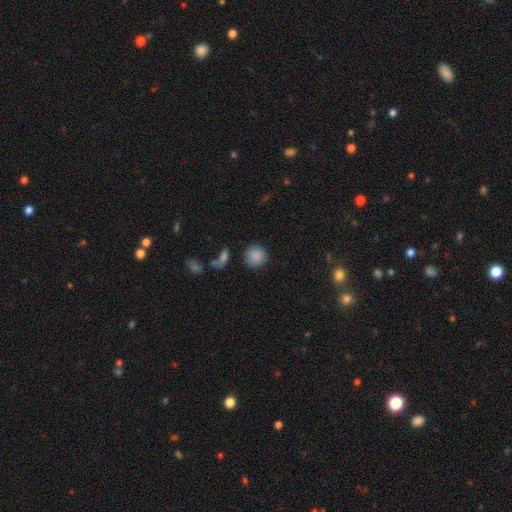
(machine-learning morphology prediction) A smooth galaxy with no disk features (87%) that is round (91%).

Vote fractions:
- Smooth or featured? smooth: 87% / star or artifact: 9% / featured or disk: 4%
- How rounded? round: 91% / in between: 8% / cigar-shaped: 1%
- Merging? none: 83% / minor disturbance: 10% / major disturbance: 4% / merger: 3%